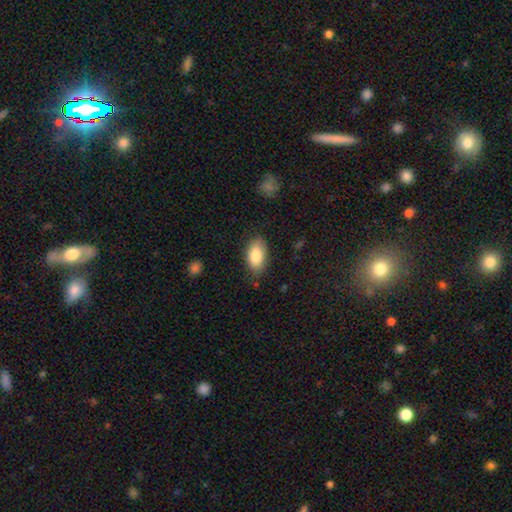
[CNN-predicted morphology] This is clearly a smooth galaxy (84%). How rounded: clearly in between (93%). Merging: likely none (79%).